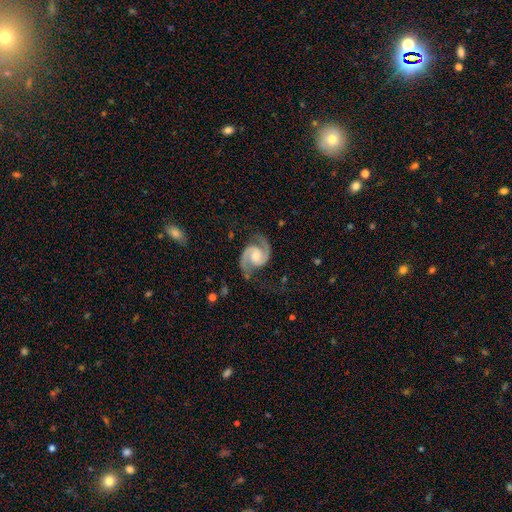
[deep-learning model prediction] smooth_or_featured: featured or disk (p=0.93) [alt: star or artifact p=0.04]
disk_edge_on: no (p=0.98) [alt: yes p=0.02]
bar: no (p=0.55) [alt: weak p=0.36]
has_spiral_arms: yes (p=0.99) [alt: no p=0.01]
spiral_winding: medium (p=0.60) [alt: tight p=0.23]
spiral_arm_count: 2 (p=0.95) [alt: can't tell p=0.01]
bulge_size: moderate (p=0.49) [alt: small p=0.29]
merging: none (p=0.76) [alt: minor disturbance p=0.15]